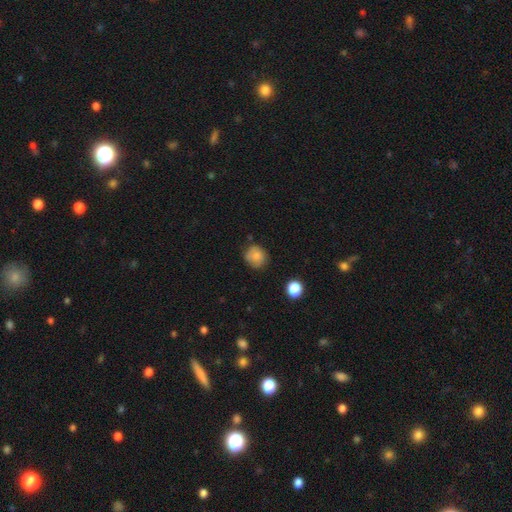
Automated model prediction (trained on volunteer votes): This is clearly a smooth galaxy (82%). How rounded: clearly round (82%). Merging: likely none (72%).